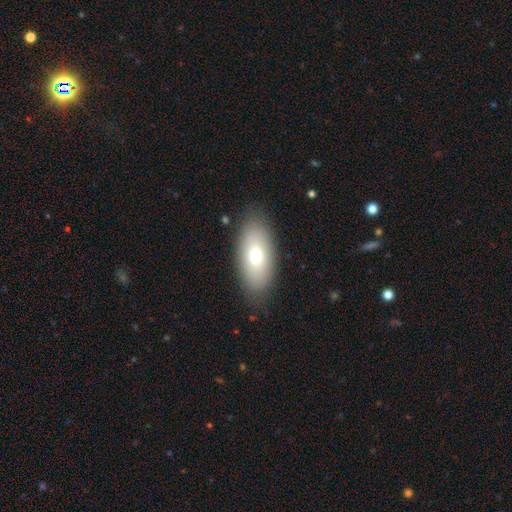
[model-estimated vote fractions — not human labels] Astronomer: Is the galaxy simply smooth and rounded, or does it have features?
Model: smooth — 70%.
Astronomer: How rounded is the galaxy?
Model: in between — 88%.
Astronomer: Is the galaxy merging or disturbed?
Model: none — 86%.